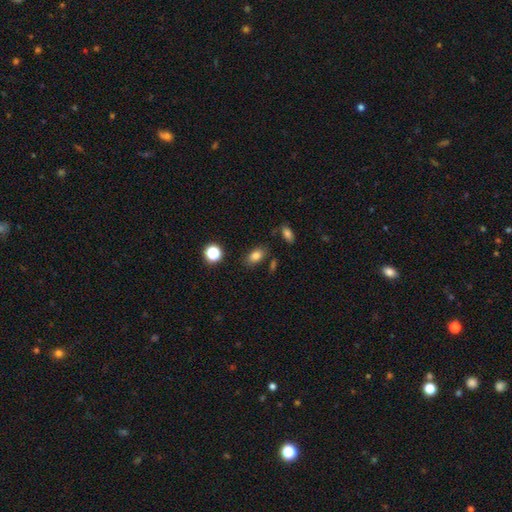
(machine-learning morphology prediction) Smooth or featured?
  - smooth: 82% *
  - star or artifact: 11%
  - featured or disk: 7%
How rounded?
  - in between: 84% *
  - round: 14%
  - cigar-shaped: 2%
Merging?
  - none: 80% *
  - minor disturbance: 12%
  - merger: 5%
  - major disturbance: 3%